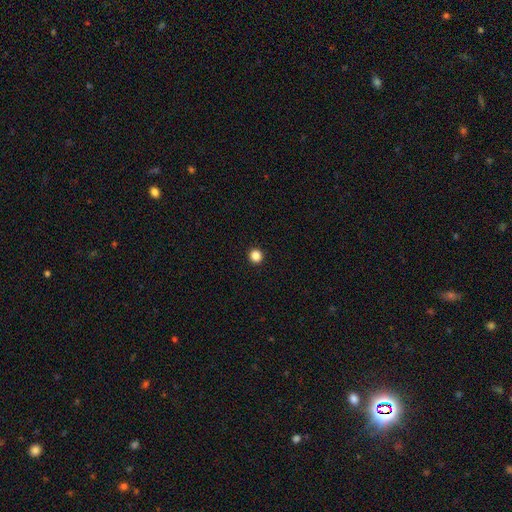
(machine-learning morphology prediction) Smooth or featured?
  - smooth: 86% *
  - star or artifact: 11%
  - featured or disk: 3%
How rounded?
  - round: 94% *
  - in between: 5%
  - cigar-shaped: 1%
Merging?
  - none: 94% *
  - minor disturbance: 4%
  - major disturbance: 1%
  - merger: 1%